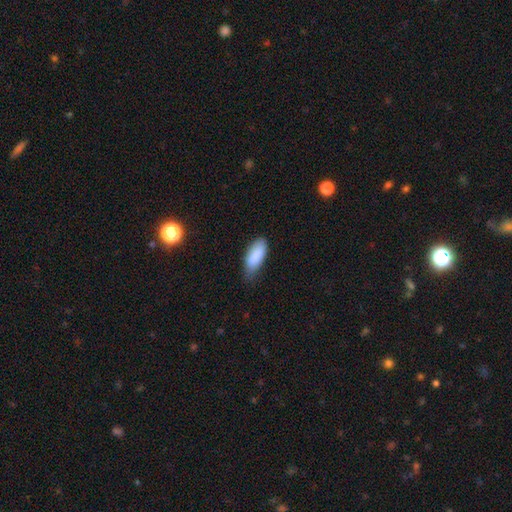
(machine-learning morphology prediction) Smooth or featured?
  - smooth: 87% *
  - star or artifact: 6%
  - featured or disk: 6%
How rounded?
  - in between: 83% *
  - cigar-shaped: 15%
  - round: 2%
Merging?
  - none: 55% *
  - minor disturbance: 37%
  - major disturbance: 7%
  - merger: 2%